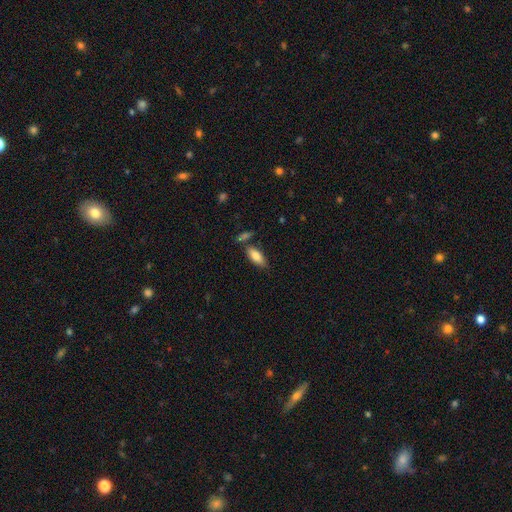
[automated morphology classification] smooth-or-featured: smooth: 83% | featured or disk: 11% | star or artifact: 7%
  how-rounded: in between: 82% | cigar-shaped: 16% | round: 2%
  merging: none: 70% | minor disturbance: 15% | merger: 11% | major disturbance: 4%